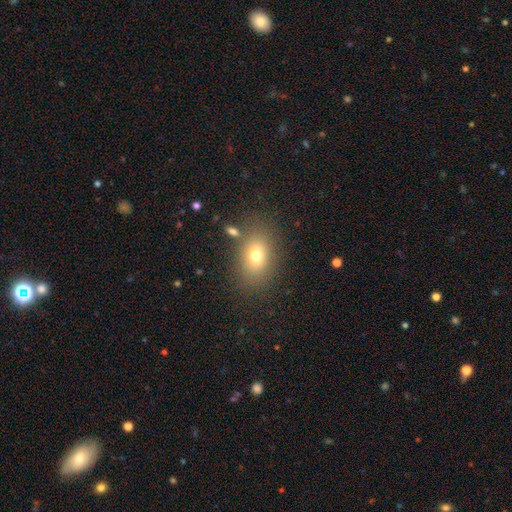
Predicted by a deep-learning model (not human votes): This is likely a smooth galaxy (73%). How rounded: likely in between (75%). Merging: likely none (79%).